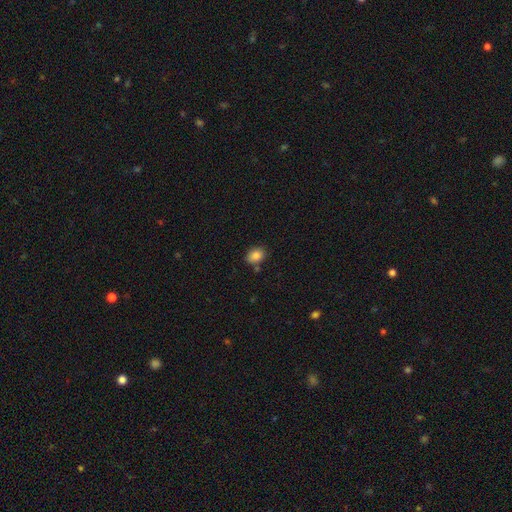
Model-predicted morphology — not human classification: Smooth or featured? smooth (85%)
How rounded? in between (62%)
Merging? none (75%)